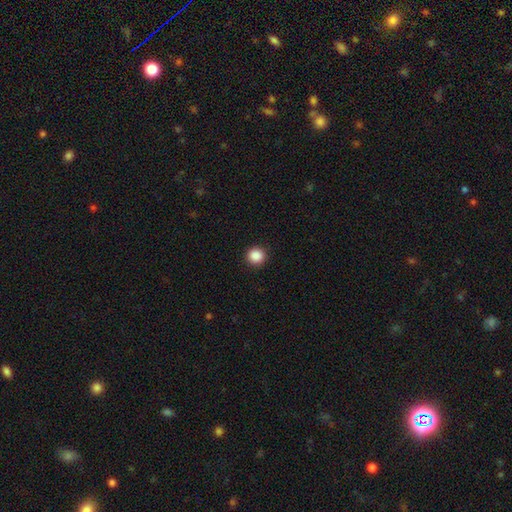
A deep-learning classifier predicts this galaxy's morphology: Q: Smooth or featured?
A: smooth (88%); runner-up: star or artifact (10%)
Q: How rounded?
A: round (94%); runner-up: in between (5%)
Q: Merging?
A: none (92%); runner-up: minor disturbance (5%)